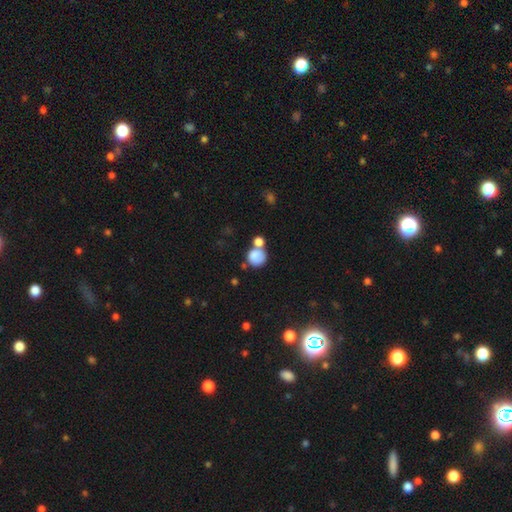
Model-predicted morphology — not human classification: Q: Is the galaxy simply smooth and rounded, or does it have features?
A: smooth — 82%.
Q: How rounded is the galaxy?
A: round — 85%.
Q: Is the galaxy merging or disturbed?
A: none — 46%.